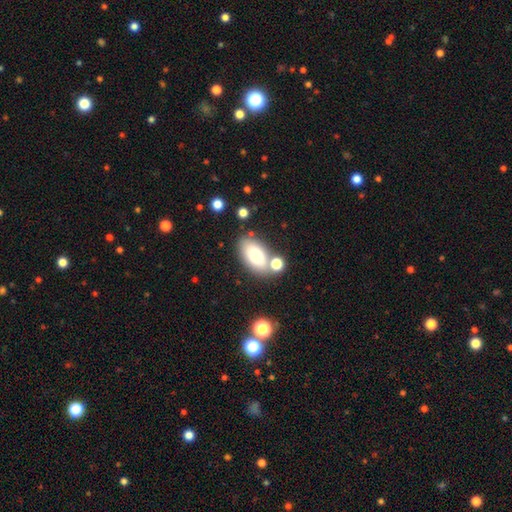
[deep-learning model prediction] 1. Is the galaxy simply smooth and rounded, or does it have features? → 75% smooth, 16% featured or disk, 9% star or artifact.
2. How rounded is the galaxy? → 91% in between, 7% round, 2% cigar-shaped.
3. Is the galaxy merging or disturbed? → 69% none, 14% merger, 13% minor disturbance, 4% major disturbance.